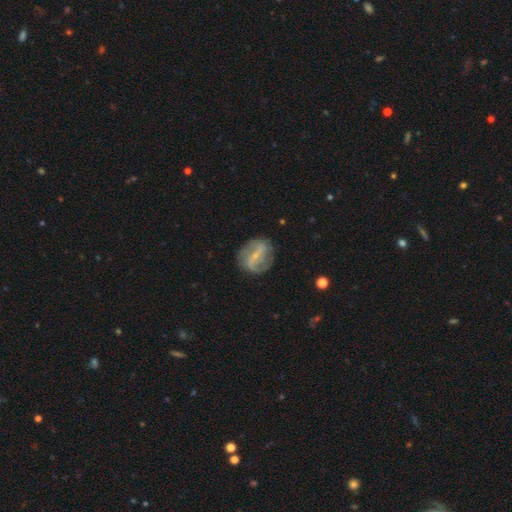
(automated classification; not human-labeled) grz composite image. It shows a featured or disk galaxy (81%) with a strong bar (52%), 2 (85%) loose (48%) spiral arms (86%) and a small central bulge (74%). Merging: none (78%).